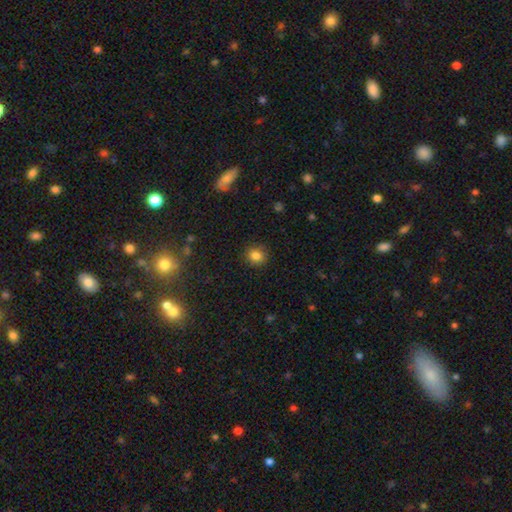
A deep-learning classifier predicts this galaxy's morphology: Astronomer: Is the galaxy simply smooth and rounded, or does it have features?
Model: smooth — 83%.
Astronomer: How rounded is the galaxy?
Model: round — 83%.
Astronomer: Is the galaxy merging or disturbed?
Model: none — 89%.